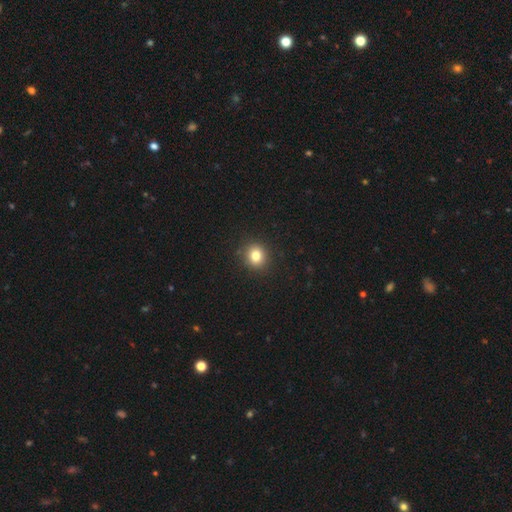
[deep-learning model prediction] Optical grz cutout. It shows a smooth galaxy with no disk features (81%) that is round (84%). Merging: none (90%).